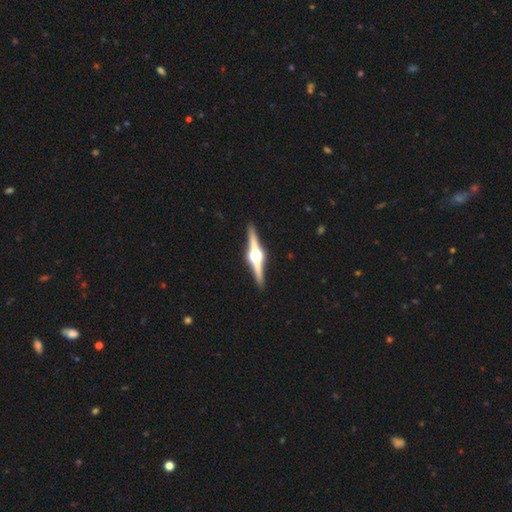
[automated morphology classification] A featured or disk galaxy (88%) viewed edge-on (99%) with a rounded central bulge (96%). Merging: none (93%).